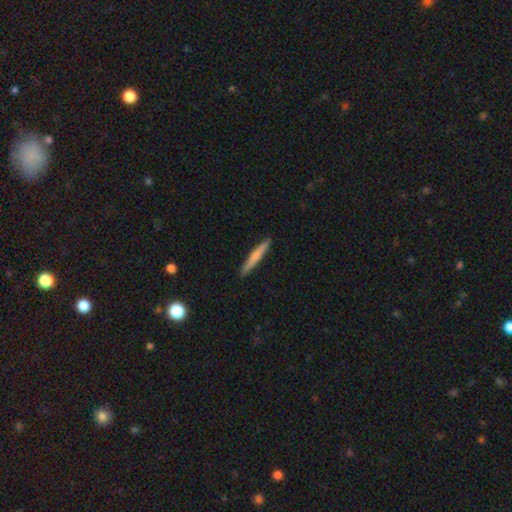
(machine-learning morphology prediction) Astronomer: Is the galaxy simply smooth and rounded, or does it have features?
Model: smooth — 66%.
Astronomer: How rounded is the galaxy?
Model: cigar-shaped — 95%.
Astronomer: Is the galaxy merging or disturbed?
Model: none — 91%.